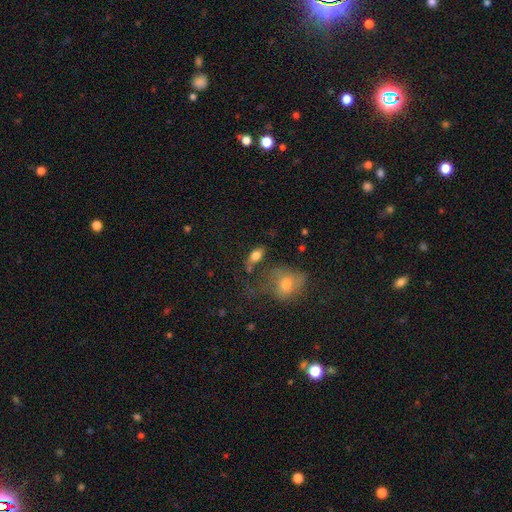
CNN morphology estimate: This appears to be a smooth galaxy with no disk features (71%) that is in between round and cigar-shaped (81%). Merging: none (56%).